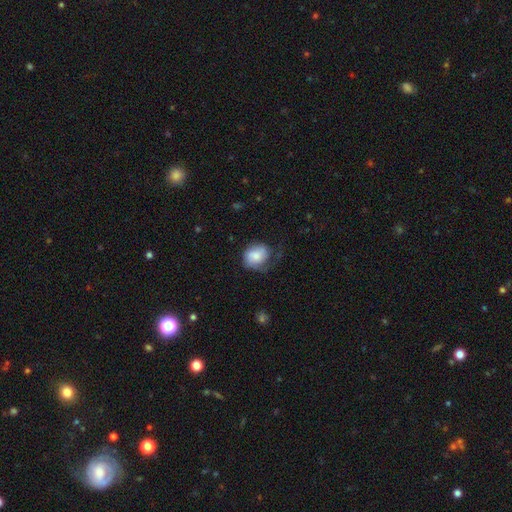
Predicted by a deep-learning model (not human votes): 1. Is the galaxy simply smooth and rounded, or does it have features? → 68% smooth, 25% featured or disk, 7% star or artifact.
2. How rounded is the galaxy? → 54% round, 45% in between, 1% cigar-shaped.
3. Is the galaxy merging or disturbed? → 41% none, 31% minor disturbance, 26% major disturbance, 2% merger.